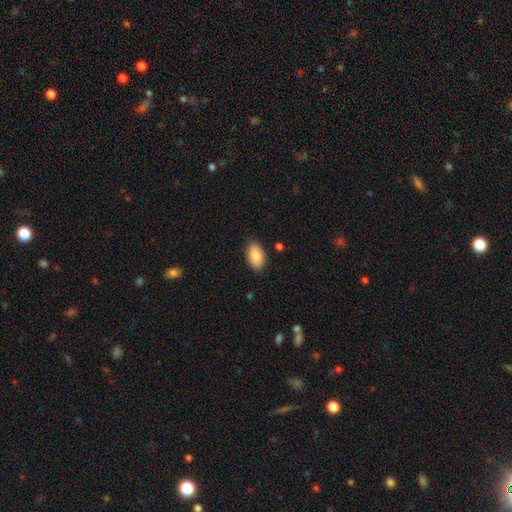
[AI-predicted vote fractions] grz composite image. It shows a smooth galaxy with no disk features (87%) that is in between round and cigar-shaped (93%). Merging: none (86%).